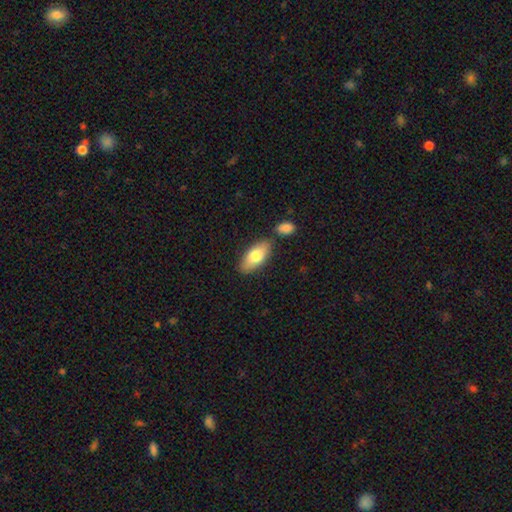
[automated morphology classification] Smooth or featured?
  - smooth: 75% *
  - featured or disk: 19%
  - star or artifact: 6%
How rounded?
  - in between: 86% *
  - cigar-shaped: 11%
  - round: 3%
Merging?
  - none: 77% *
  - minor disturbance: 12%
  - merger: 9%
  - major disturbance: 3%